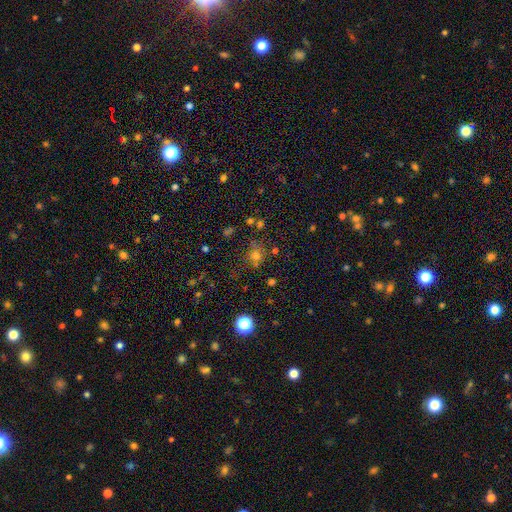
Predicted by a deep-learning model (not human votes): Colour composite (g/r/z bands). It shows a smooth galaxy with no disk features (58%) that is round (81%). Merging: none (67%).